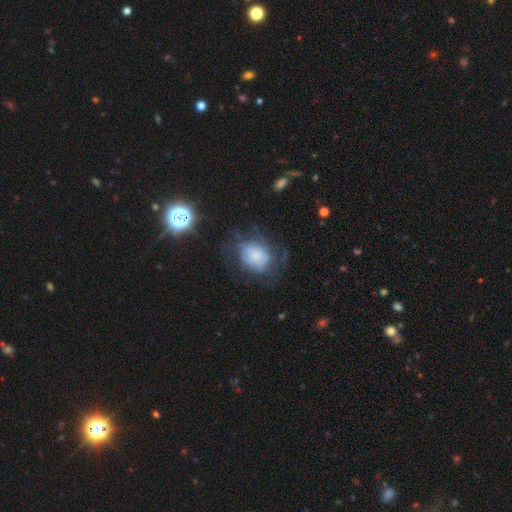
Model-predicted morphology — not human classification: Overall: smooth (56%; featured or disk 32%). How rounded: round (51%; in between 47%). Merging: none (44%; minor disturbance 27%).